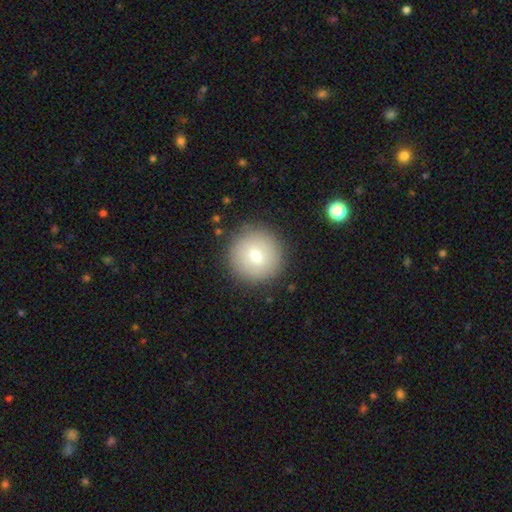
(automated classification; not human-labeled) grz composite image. It shows a smooth galaxy with no disk features (72%) that is round (95%). Merging: none (89%).